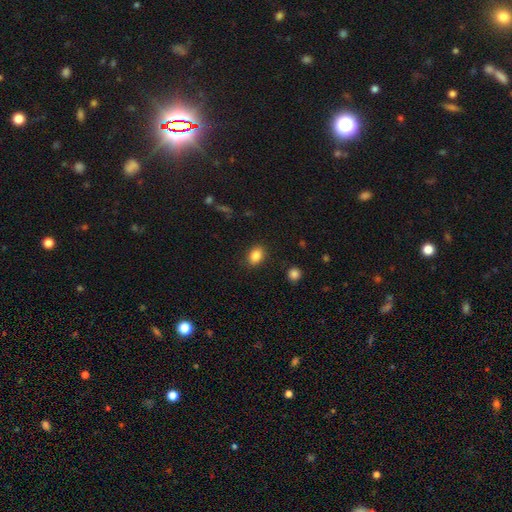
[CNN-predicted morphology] Smooth or featured: smooth — 86% (star or artifact — 9%)
How rounded: in between — 74% (round — 25%)
Merging: none — 87% (minor disturbance — 9%)